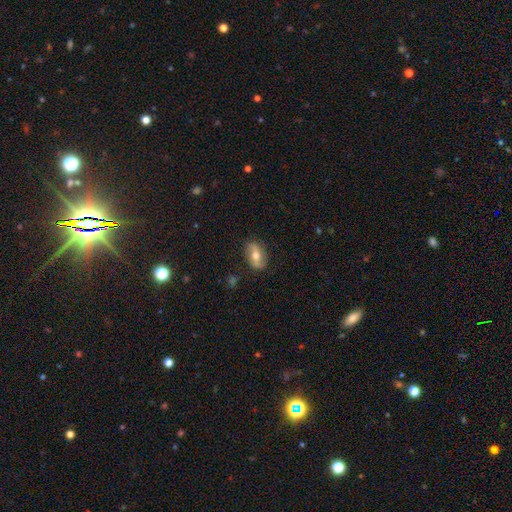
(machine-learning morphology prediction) A featured or disk galaxy (53%). Merging: none (82%).